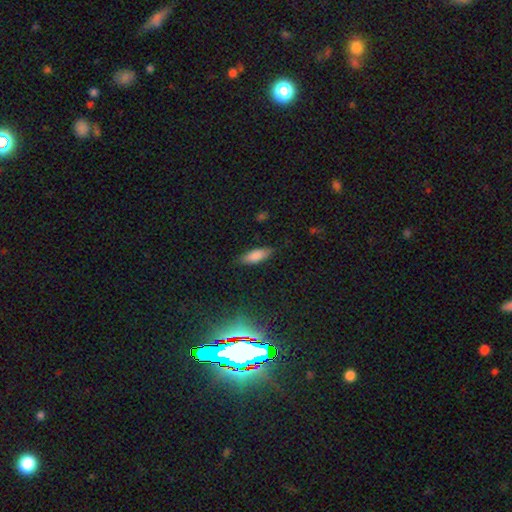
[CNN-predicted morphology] Q: Smooth or featured?
A: smooth (81%); runner-up: featured or disk (11%)
Q: How rounded?
A: in between (66%); runner-up: cigar-shaped (32%)
Q: Merging?
A: none (84%); runner-up: minor disturbance (12%)